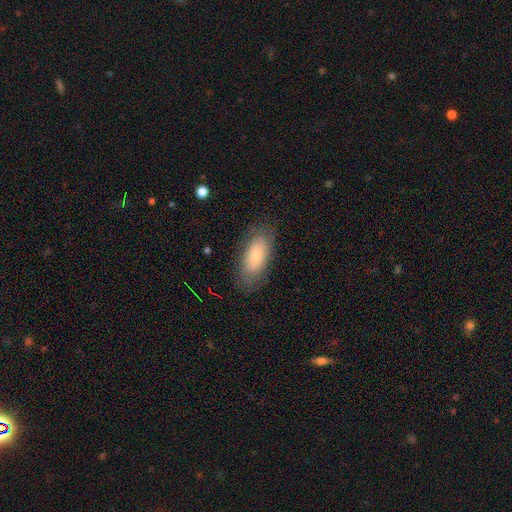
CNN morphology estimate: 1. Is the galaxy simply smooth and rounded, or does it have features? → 74% smooth, 19% featured or disk, 7% star or artifact.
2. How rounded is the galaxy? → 85% in between, 13% cigar-shaped, 2% round.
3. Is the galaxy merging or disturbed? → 79% none, 15% minor disturbance, 5% major disturbance, 1% merger.